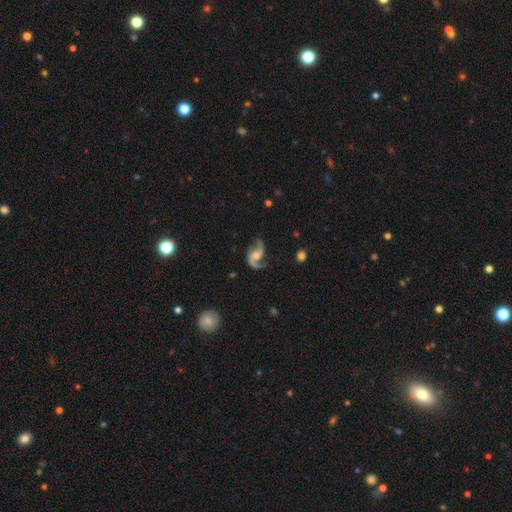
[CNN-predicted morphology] A featured or disk galaxy (89%) with no bar (52%), 2 (92%) loose (63%) spiral arms (97%) and a moderate central bulge (48%). Merging: none (70%).